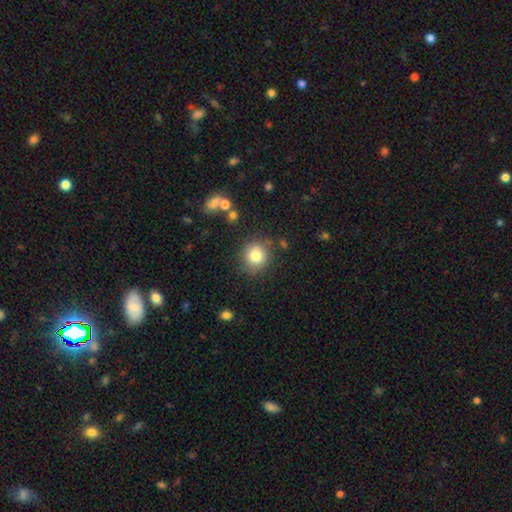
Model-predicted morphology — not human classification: This is clearly a smooth galaxy (81%). How rounded: clearly round (85%). Merging: clearly none (82%).